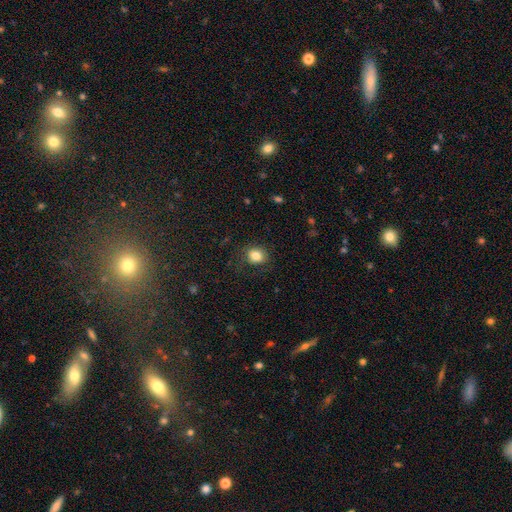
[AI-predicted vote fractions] The model was most divided on "how rounded": round: 65%, in between: 34%, cigar-shaped: 1%. More confident: smooth or featured — smooth (83%); merging — none (79%).